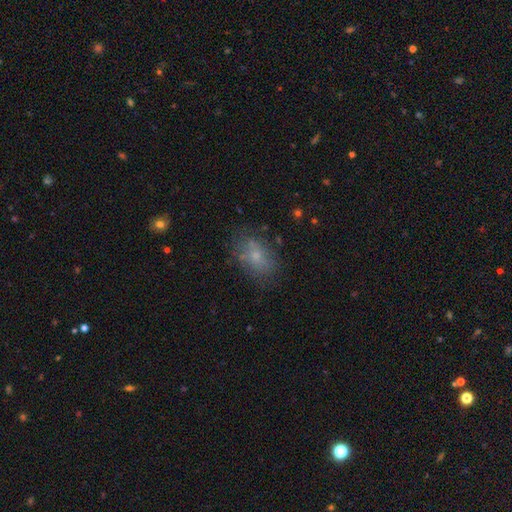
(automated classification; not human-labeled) The model was most divided on "smooth or featured": smooth: 63%, featured or disk: 24%, star or artifact: 13%. More confident: how rounded — in between (79%); merging — none (67%).